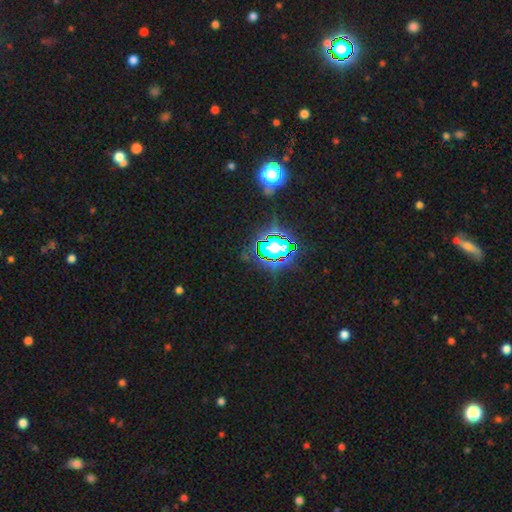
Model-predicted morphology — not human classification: This appears to be a star or artifact, not a galaxy (82%).